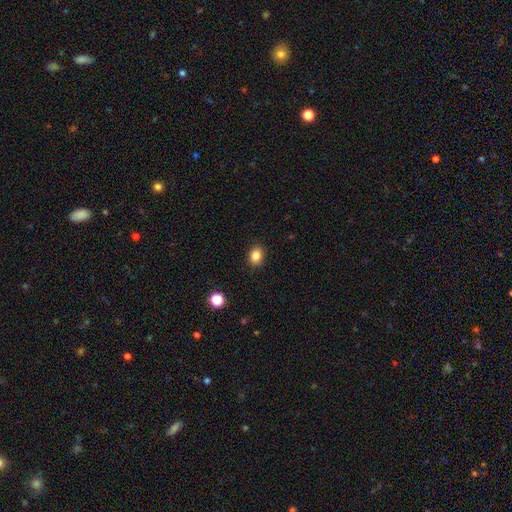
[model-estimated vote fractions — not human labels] smooth 84%, star or artifact 11%, featured or disk 5%. Down the decision tree: how rounded — in between (51%); merging — none (88%).